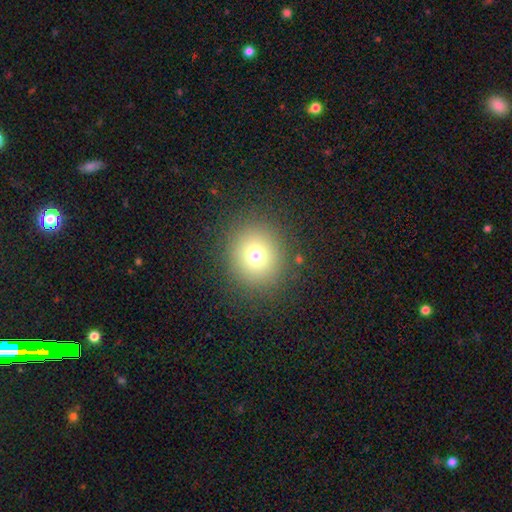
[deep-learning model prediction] Smooth or featured? smooth (73%)
How rounded? round (86%)
Merging? none (88%)